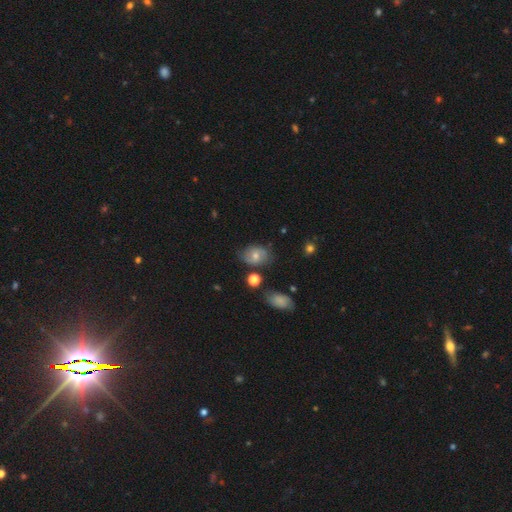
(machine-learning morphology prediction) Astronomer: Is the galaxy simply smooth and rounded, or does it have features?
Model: smooth — 48% (runner-up: featured or disk, 42%).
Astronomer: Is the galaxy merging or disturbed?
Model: none — 68%.